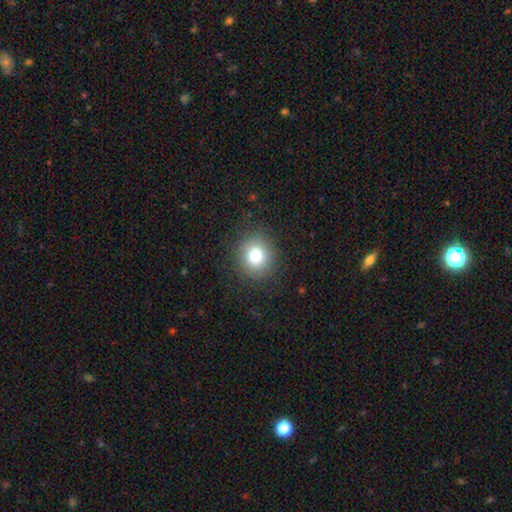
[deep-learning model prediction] This is likely a smooth galaxy (78%). How rounded: clearly round (86%). Merging: clearly none (88%).